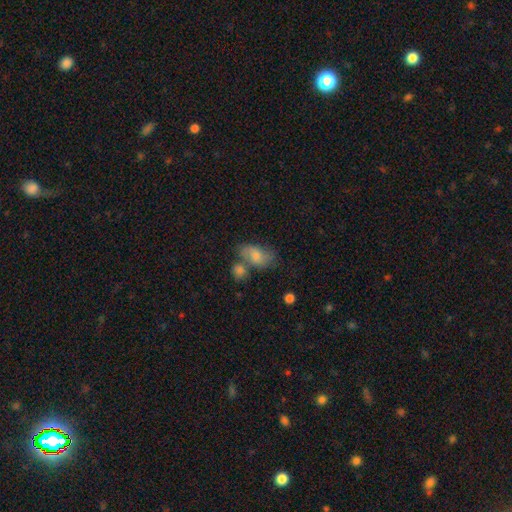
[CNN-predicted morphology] Smooth or featured? smooth (66%)
How rounded? in between (84%)
Merging? none (40%)